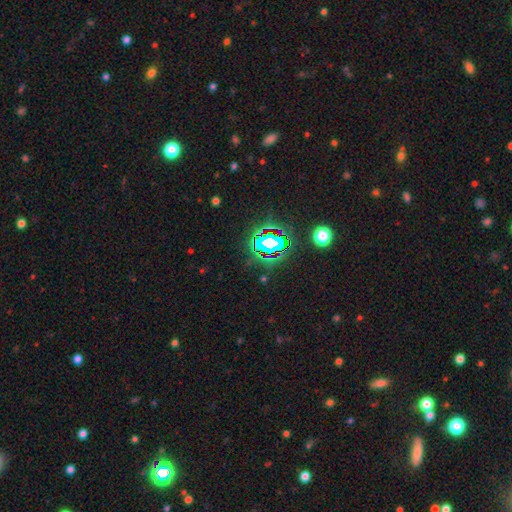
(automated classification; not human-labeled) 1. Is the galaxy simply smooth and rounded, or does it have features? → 81% star or artifact, 12% smooth, 8% featured or disk.